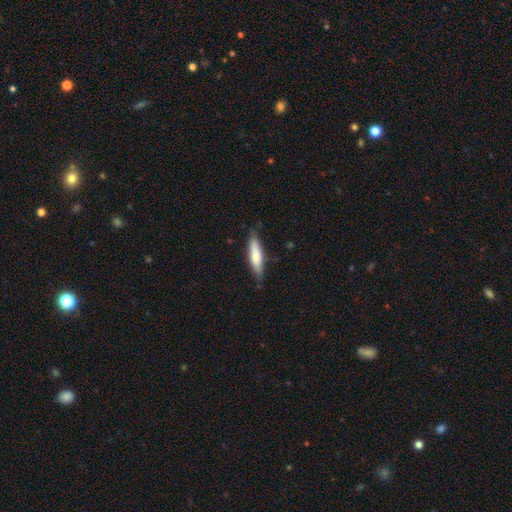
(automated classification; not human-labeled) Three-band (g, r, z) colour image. It shows a smooth galaxy with no disk features (68%) that is cigar-shaped (73%). Merging: none (80%).